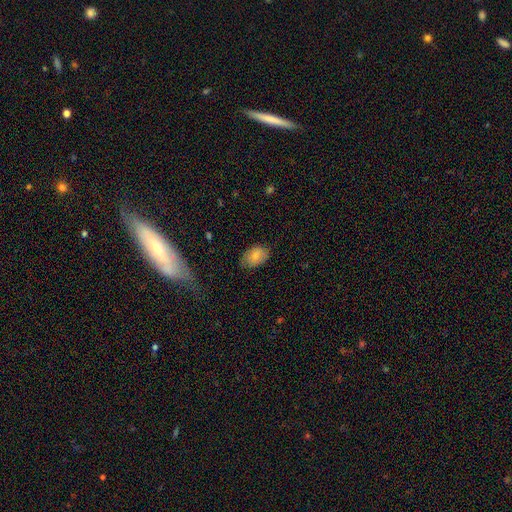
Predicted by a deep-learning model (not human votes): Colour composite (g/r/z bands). It shows a smooth galaxy with no disk features (77%) that is in between round and cigar-shaped (88%). Merging: none (76%).